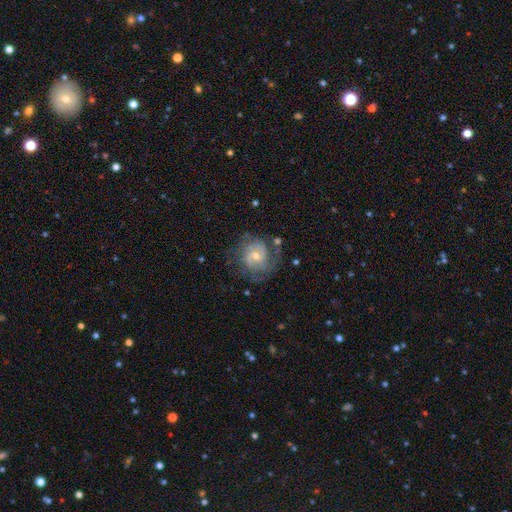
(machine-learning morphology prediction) This is likely a featured or disk galaxy (77%). It is clearly not viewed edge-on (98%). Bar: possibly no (46%, tied with weak). Spiral arm pattern: clearly yes (90%). Spiral arm count: possibly 2 (55%). Spiral winding: marginally medium (43%). Central bulge: possibly small (51%). Merging: likely none (61%).